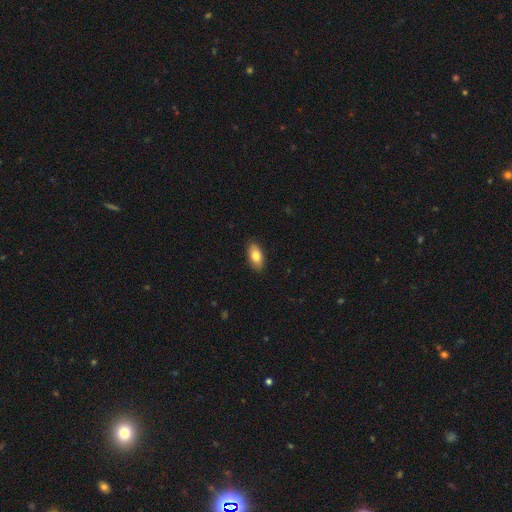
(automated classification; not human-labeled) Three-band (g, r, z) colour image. It shows a smooth galaxy with no disk features (82%) that is in between round and cigar-shaped (91%). Merging: none (88%).